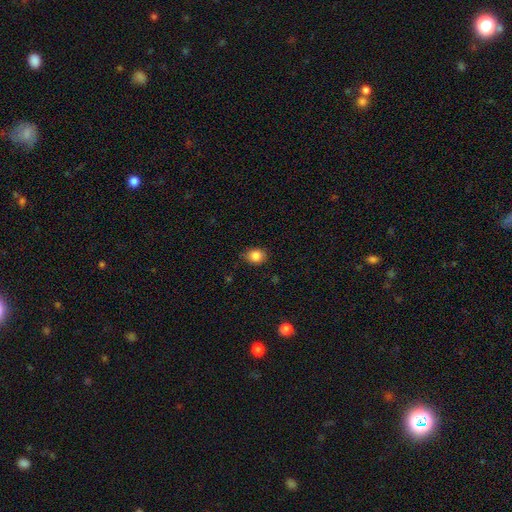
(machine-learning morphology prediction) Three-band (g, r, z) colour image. It shows a smooth galaxy with no disk features (84%) that is round (56%). Merging: none (79%).